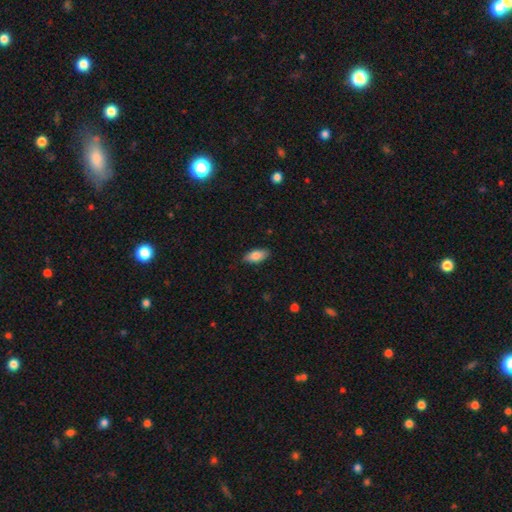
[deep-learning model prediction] smooth_or_featured: smooth (p=0.83) [alt: featured or disk p=0.11]
how_rounded: in between (p=0.86) [alt: cigar-shaped p=0.12]
merging: none (p=0.86) [alt: minor disturbance p=0.11]